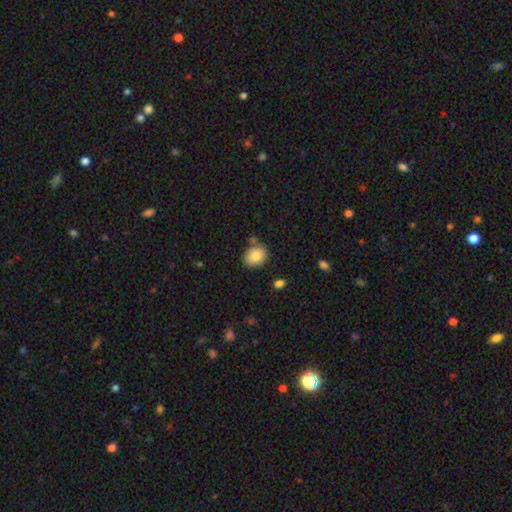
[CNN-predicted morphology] Q: Smooth or featured?
A: smooth (85%); runner-up: star or artifact (8%)
Q: How rounded?
A: in between (62%); runner-up: round (37%)
Q: Merging?
A: none (74%); runner-up: minor disturbance (15%)